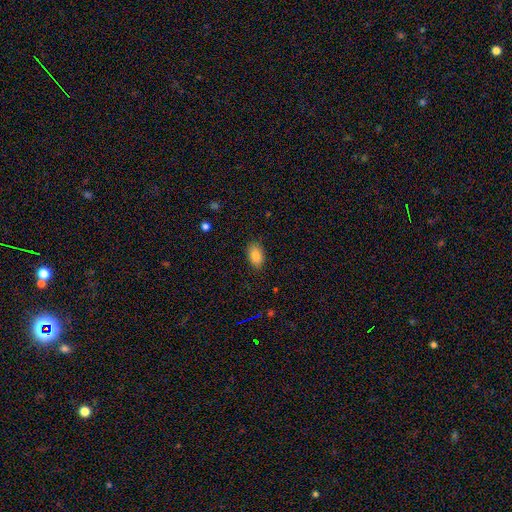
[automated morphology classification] A smooth galaxy with no disk features (86%) that is in between round and cigar-shaped (91%).

Vote fractions:
- Smooth or featured? smooth: 86% / star or artifact: 9% / featured or disk: 5%
- How rounded? in between: 91% / round: 8% / cigar-shaped: 2%
- Merging? none: 85% / minor disturbance: 11% / major disturbance: 3% / merger: 1%